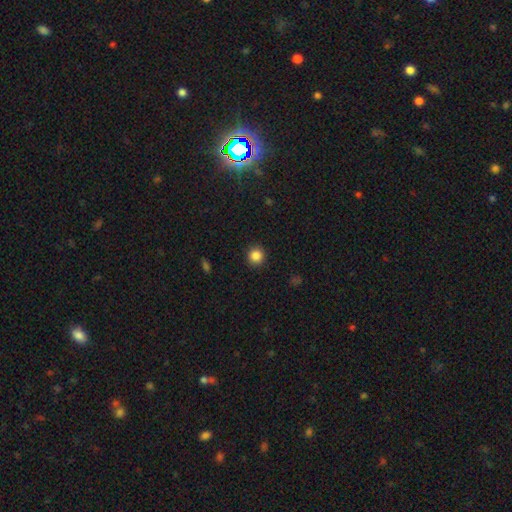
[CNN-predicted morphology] smooth 85%, star or artifact 11%, featured or disk 4%. Down the decision tree: how rounded — round (93%); merging — none (92%).